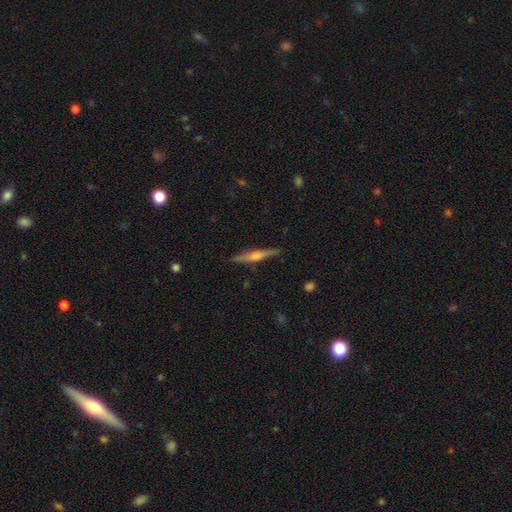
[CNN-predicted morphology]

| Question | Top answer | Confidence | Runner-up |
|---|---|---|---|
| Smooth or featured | featured or disk | 68% | smooth (26%) |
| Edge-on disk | yes | 98% | no (2%) |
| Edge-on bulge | rounded | 78% | boxy (14%) |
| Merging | none | 90% | minor disturbance (8%) |